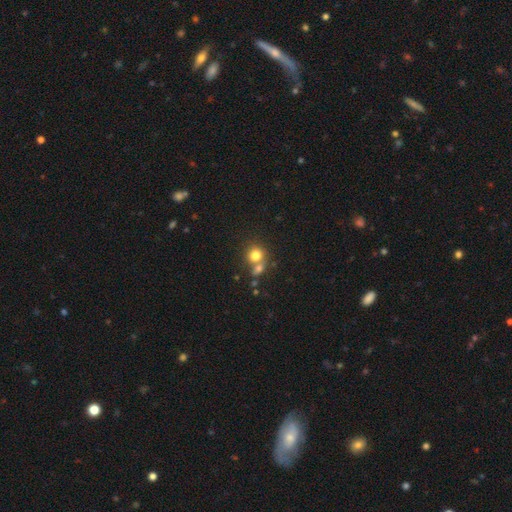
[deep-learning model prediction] Morphology: type=smooth (78%); roundness=round (84%); merging=none (48%).